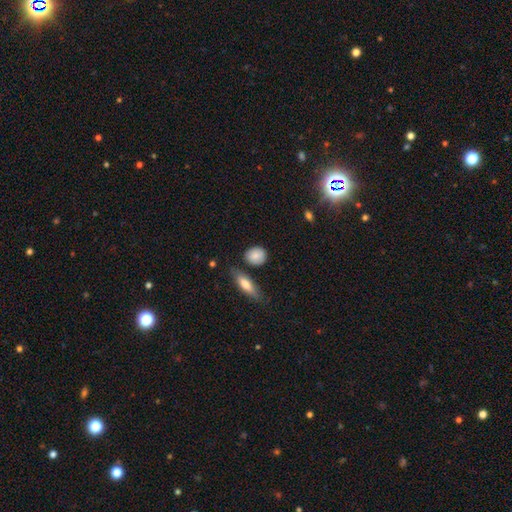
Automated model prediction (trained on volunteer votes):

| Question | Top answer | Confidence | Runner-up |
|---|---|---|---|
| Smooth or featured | smooth | 84% | featured or disk (8%) |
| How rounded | round | 58% | in between (38%) |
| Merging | none | 76% | minor disturbance (16%) |